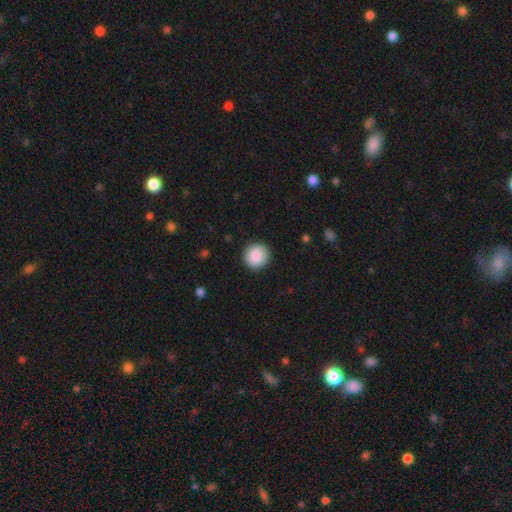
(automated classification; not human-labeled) This is clearly a smooth galaxy (88%). How rounded: clearly round (92%). Merging: clearly none (90%).